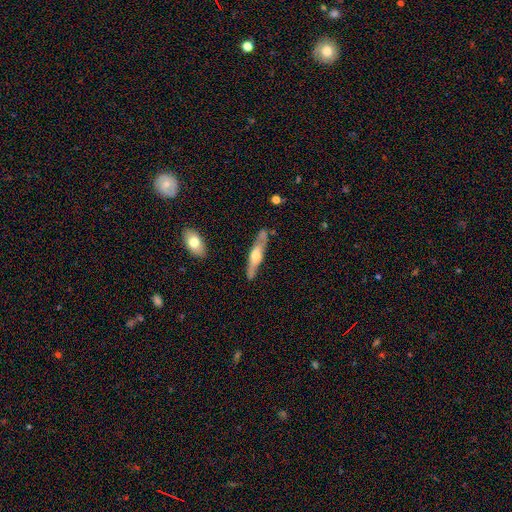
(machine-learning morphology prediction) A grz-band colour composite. It shows a featured or disk galaxy (58%) viewed edge-on (82%). Merging: none (79%).